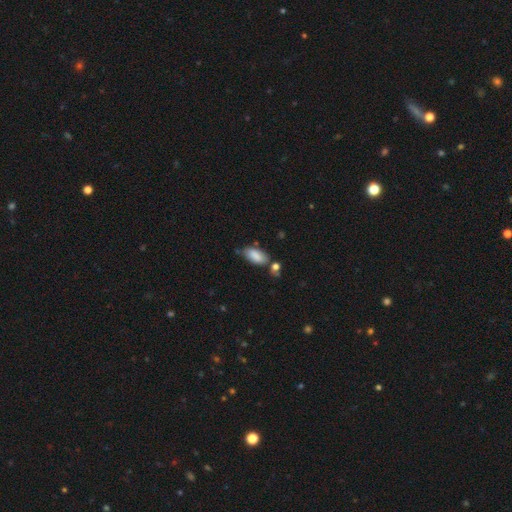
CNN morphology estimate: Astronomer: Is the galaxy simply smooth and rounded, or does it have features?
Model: smooth — 84%.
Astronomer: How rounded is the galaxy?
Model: in between — 89%.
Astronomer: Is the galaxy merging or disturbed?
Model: none — 60%.